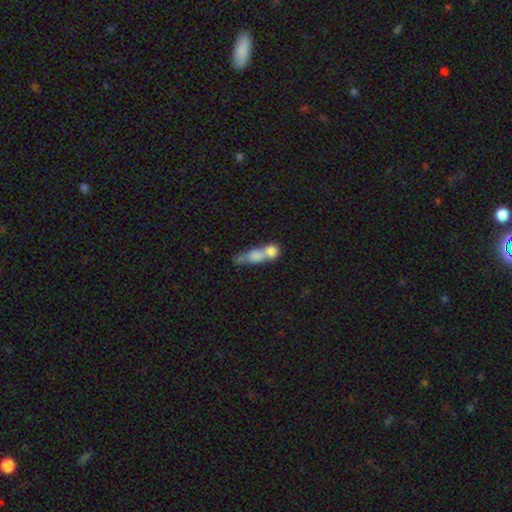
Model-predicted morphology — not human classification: The model was most divided on "how rounded": in between: 48%, cigar-shaped: 26%, round: 25%. More confident: smooth or featured — smooth (69%); merging — merger (68%).